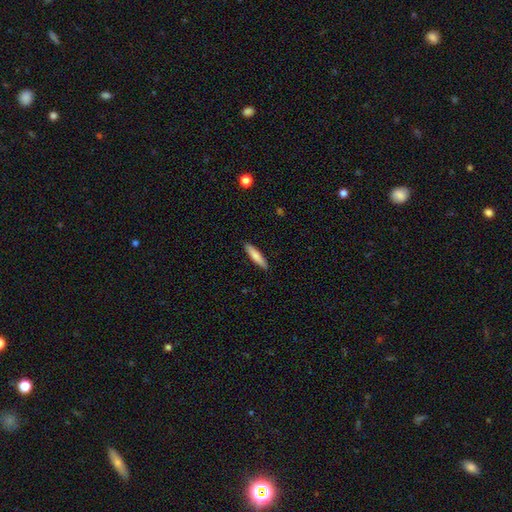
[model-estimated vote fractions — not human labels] smooth-or-featured: smooth: 76% | featured or disk: 18% | star or artifact: 6%
  how-rounded: cigar-shaped: 82% | in between: 16% | round: 1%
  merging: none: 90% | minor disturbance: 8% | major disturbance: 2% | merger: 1%